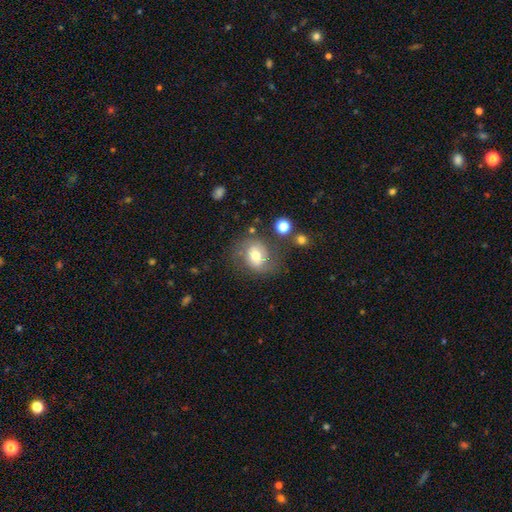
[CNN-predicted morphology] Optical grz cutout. It shows a smooth galaxy with no disk features (55%) that is round (60%). Merging: none (60%).